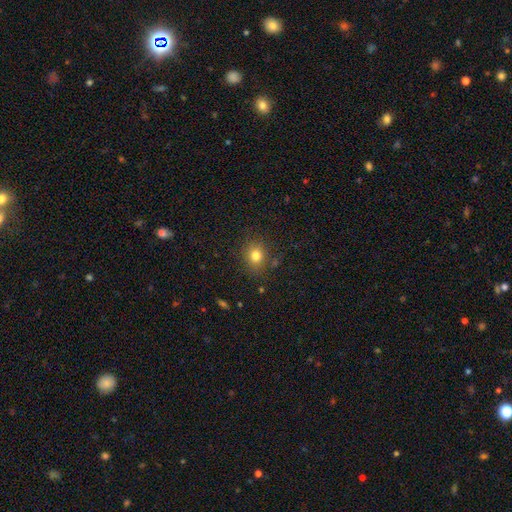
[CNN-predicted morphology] Overall: smooth (79%). How rounded: round (70%). Merging: none (84%).